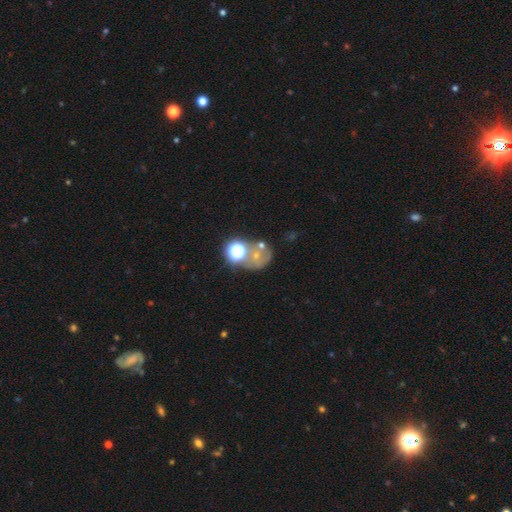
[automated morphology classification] Overall: smooth (38%; star or artifact 33%). Merging: none (36%; merger 30%).